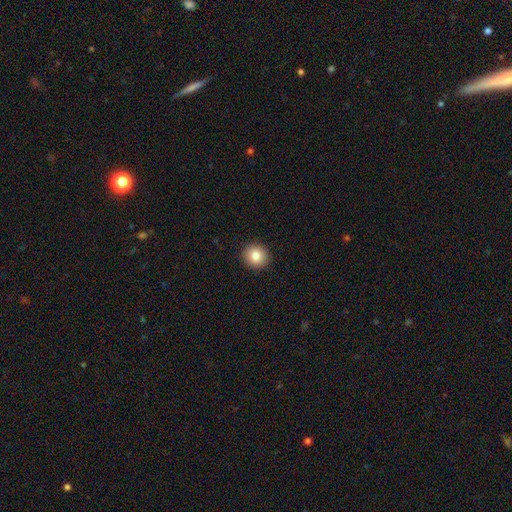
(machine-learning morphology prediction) A smooth galaxy with no disk features (84%) that is round (89%).

Vote fractions:
- Smooth or featured? smooth: 84% / star or artifact: 9% / featured or disk: 7%
- How rounded? round: 89% / in between: 10% / cigar-shaped: 1%
- Merging? none: 92% / minor disturbance: 5% / major disturbance: 2% / merger: 1%